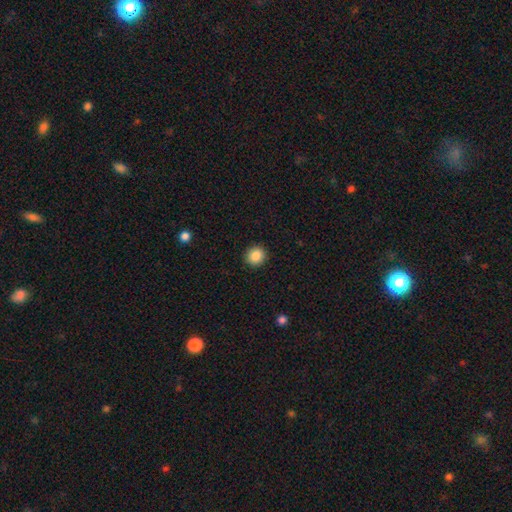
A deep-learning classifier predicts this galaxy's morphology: A smooth galaxy with no disk features (86%) that is round (89%).

Vote fractions:
- Smooth or featured? smooth: 86% / star or artifact: 9% / featured or disk: 4%
- How rounded? round: 89% / in between: 10% / cigar-shaped: 1%
- Merging? none: 92% / minor disturbance: 5% / major disturbance: 2% / merger: 1%